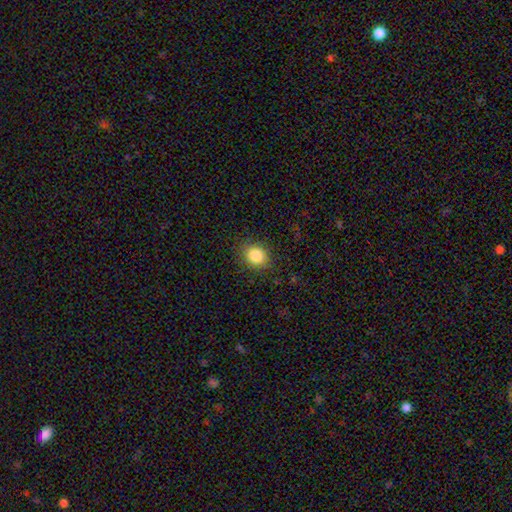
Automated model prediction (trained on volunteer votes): The model was most divided on "how rounded": round: 70%, in between: 30%, cigar-shaped: 1%. More confident: merging — none (86%); smooth or featured — smooth (84%).